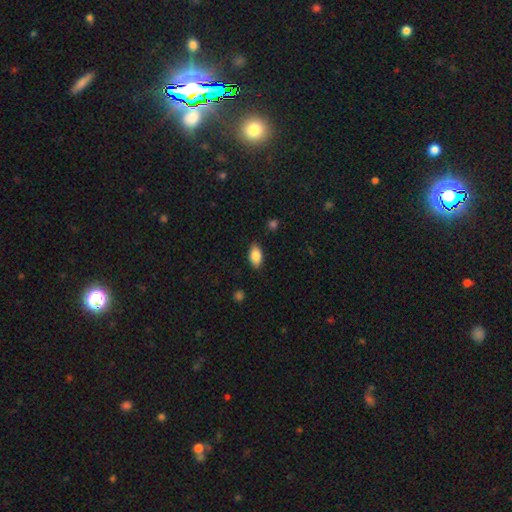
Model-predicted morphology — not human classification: type=smooth (85%); roundness=in between (92%); merging=none (86%).